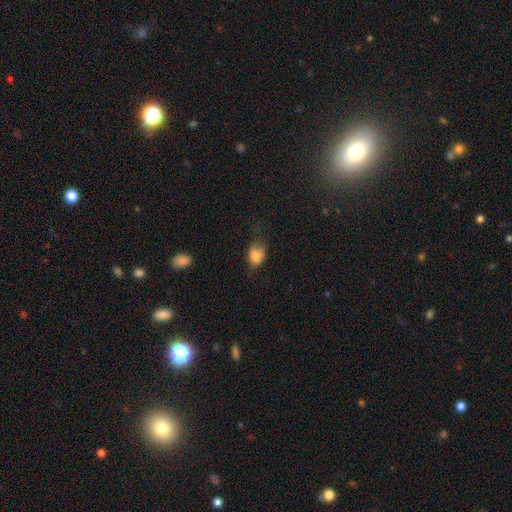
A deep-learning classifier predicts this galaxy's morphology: This is likely a smooth galaxy (79%). How rounded: likely in between (79%). Merging: marginally none (39%).